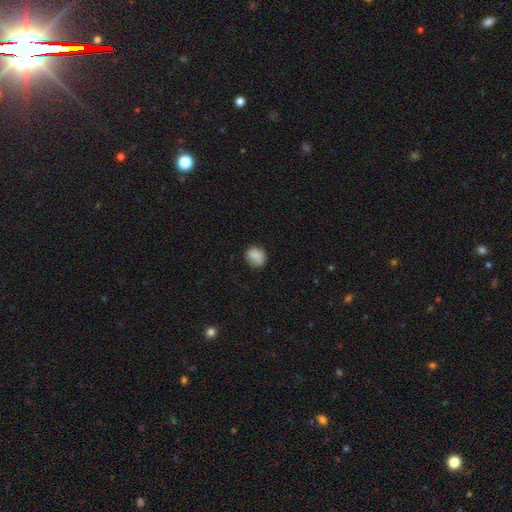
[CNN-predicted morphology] A smooth galaxy with no disk features (83%) that is round (68%).

Vote fractions:
- Smooth or featured? smooth: 83% / star or artifact: 9% / featured or disk: 8%
- How rounded? round: 68% / in between: 31% / cigar-shaped: 1%
- Merging? none: 67% / minor disturbance: 24% / major disturbance: 6% / merger: 3%